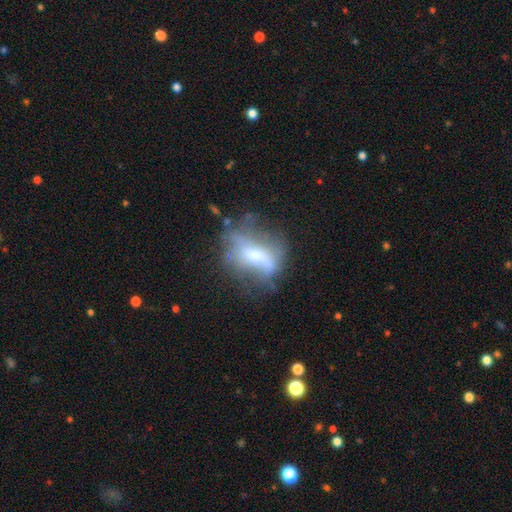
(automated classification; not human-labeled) Smooth or featured: featured or disk — 56% (smooth — 33%)
Edge-on disk: no — 83% (yes — 17%)
Merging: none — 40% (major disturbance — 29%)